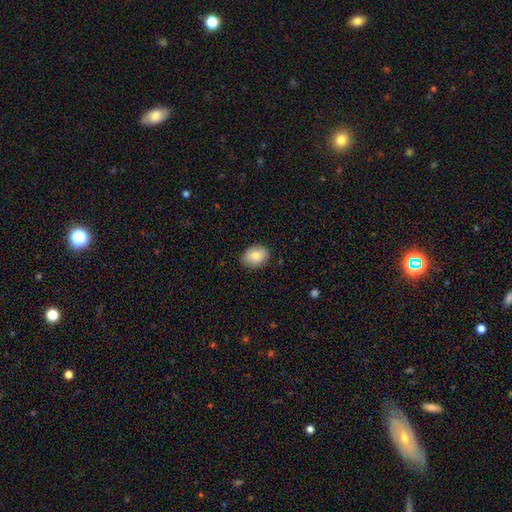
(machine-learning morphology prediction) Smooth or featured? smooth (83%)
How rounded? in between (61%)
Merging? none (81%)